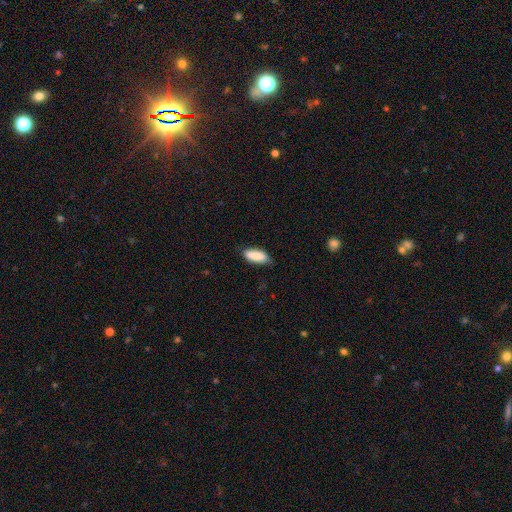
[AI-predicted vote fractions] smooth 87%, featured or disk 7%, star or artifact 6%. Down the decision tree: how rounded — in between (75%); merging — none (74%).